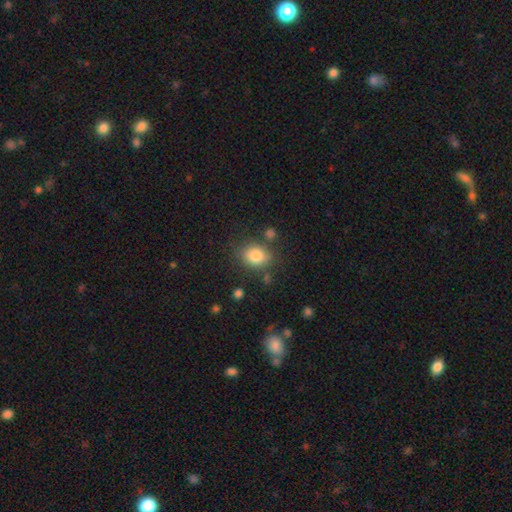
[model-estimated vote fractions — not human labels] This appears to be a smooth galaxy with no disk features (82%) that is in between round and cigar-shaped (51%). Merging: none (72%).